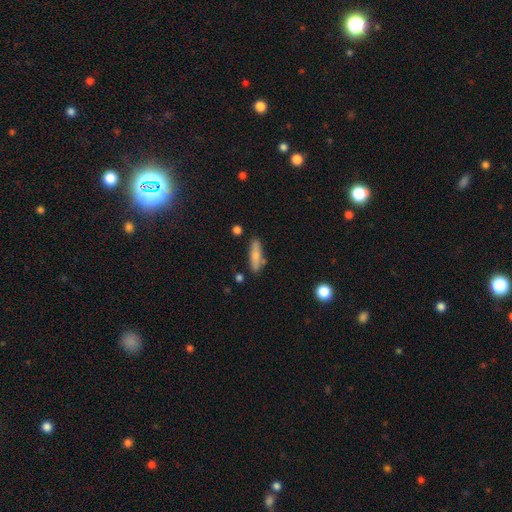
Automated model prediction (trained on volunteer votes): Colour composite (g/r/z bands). It shows a smooth galaxy with no disk features (71%) that is cigar-shaped (64%). Merging: none (76%).